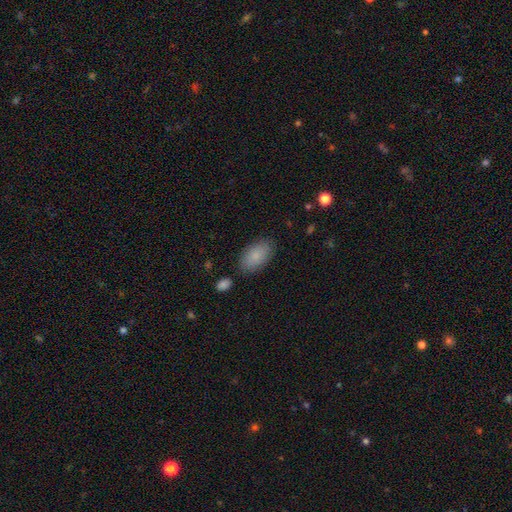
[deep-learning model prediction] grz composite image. It shows a smooth galaxy with no disk features (84%) that is in between round and cigar-shaped (94%). Merging: none (82%).